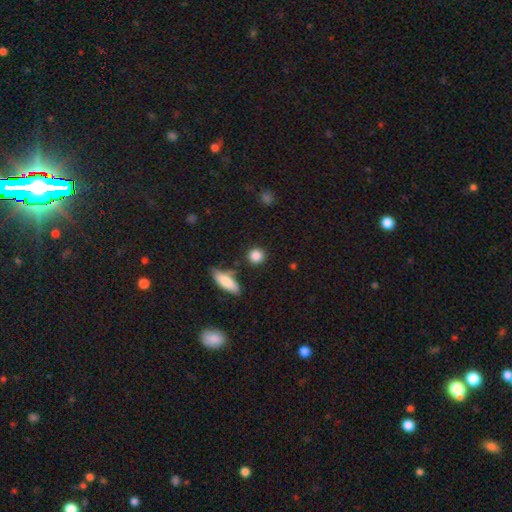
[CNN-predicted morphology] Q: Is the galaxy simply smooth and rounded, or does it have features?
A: smooth — 87%.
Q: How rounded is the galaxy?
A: round — 85%.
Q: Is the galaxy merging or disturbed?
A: none — 84%.